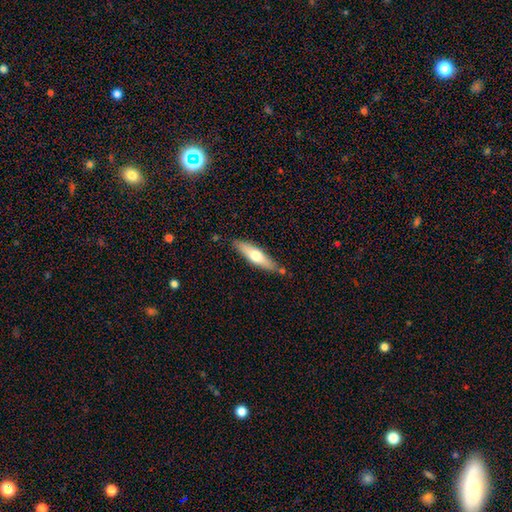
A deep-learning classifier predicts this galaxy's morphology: smooth_or_featured: smooth (p=0.57) [alt: featured or disk p=0.38]
how_rounded: cigar-shaped (p=0.69) [alt: in between p=0.29]
merging: none (p=0.80) [alt: minor disturbance p=0.13]